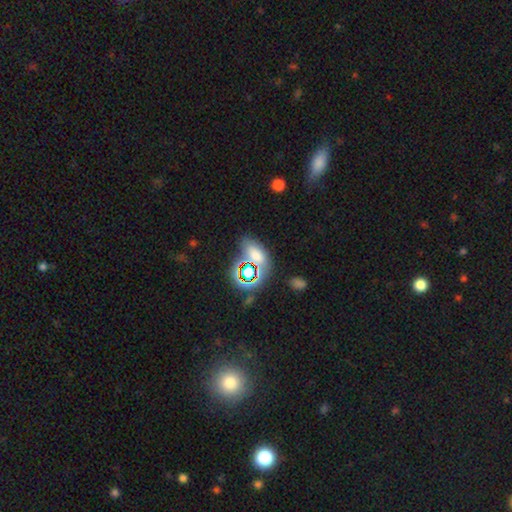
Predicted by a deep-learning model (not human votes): Smooth or featured? Predicted: smooth (p=0.56). How rounded? Predicted: in between (p=0.82). Merging? Predicted: none (p=0.67).